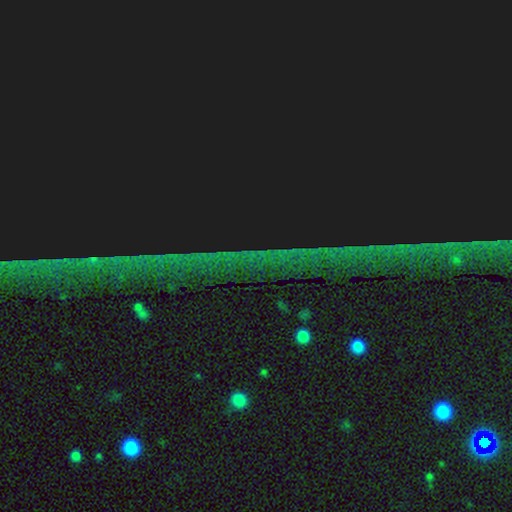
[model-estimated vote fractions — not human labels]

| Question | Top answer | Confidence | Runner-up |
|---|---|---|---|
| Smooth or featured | star or artifact | 85% | featured or disk (8%) |